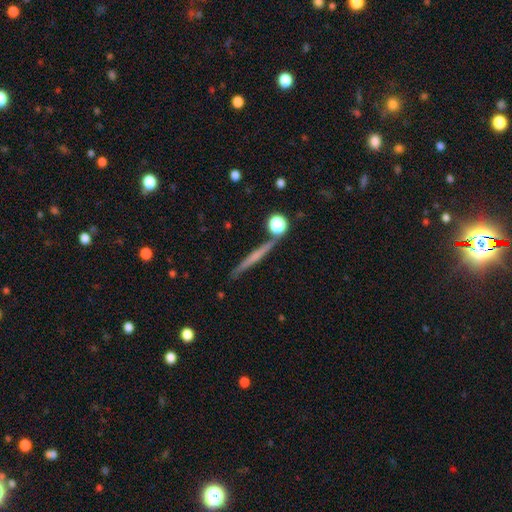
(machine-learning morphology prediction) Q: Smooth or featured?
A: featured or disk (53%); runner-up: smooth (39%)
Q: Edge-on disk?
A: yes (96%); runner-up: no (4%)
Q: Edge-on bulge?
A: none (66%); runner-up: rounded (25%)
Q: Merging?
A: none (83%); runner-up: minor disturbance (9%)